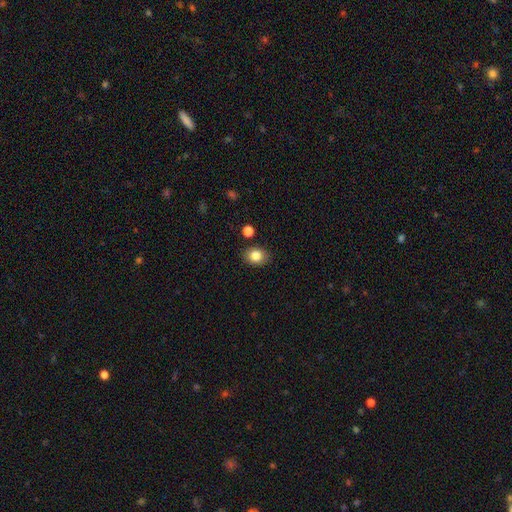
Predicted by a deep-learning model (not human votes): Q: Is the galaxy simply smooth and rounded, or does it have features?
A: smooth — 83%.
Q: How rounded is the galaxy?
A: in between — 55%.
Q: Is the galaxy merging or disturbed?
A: none — 86%.